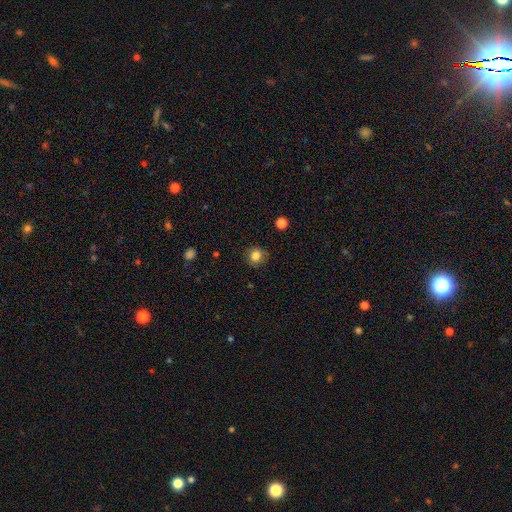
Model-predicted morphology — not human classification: This appears to be a smooth galaxy with no disk features (83%) that is round (85%). Merging: none (85%).